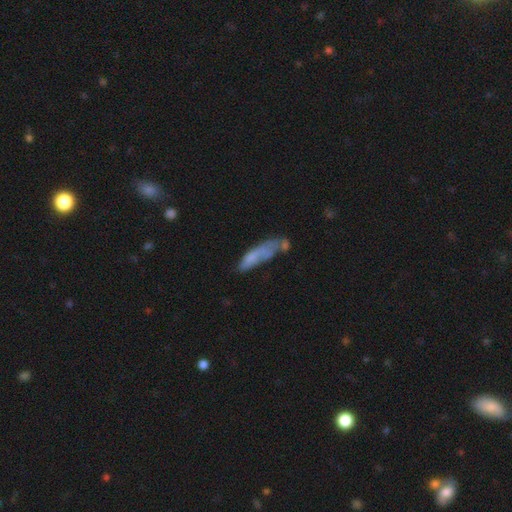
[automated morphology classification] Smooth or featured: smooth — 60% (featured or disk — 31%)
How rounded: cigar-shaped — 66% (in between — 32%)
Merging: none — 32% (minor disturbance — 26%)